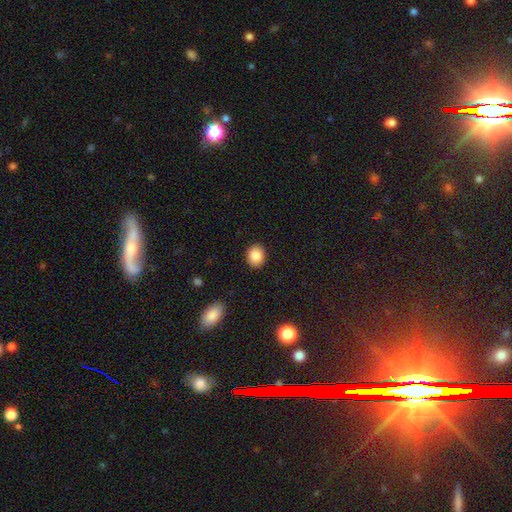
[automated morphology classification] Smooth or featured?
  - smooth: 88% *
  - star or artifact: 8%
  - featured or disk: 4%
How rounded?
  - round: 51% *
  - in between: 48%
  - cigar-shaped: 1%
Merging?
  - none: 90% *
  - minor disturbance: 7%
  - major disturbance: 2%
  - merger: 1%